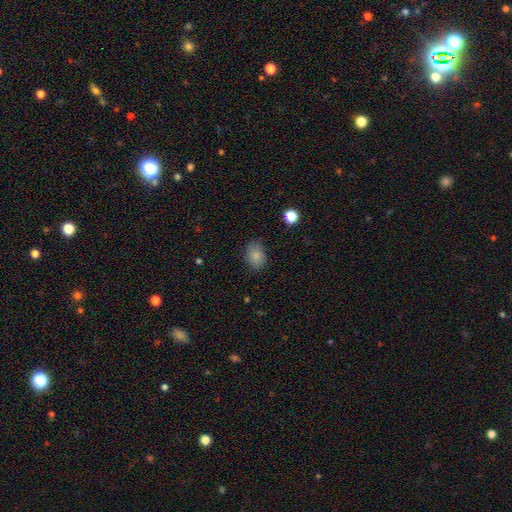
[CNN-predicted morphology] type=smooth (84%); roundness=in between (65%); merging=none (73%).